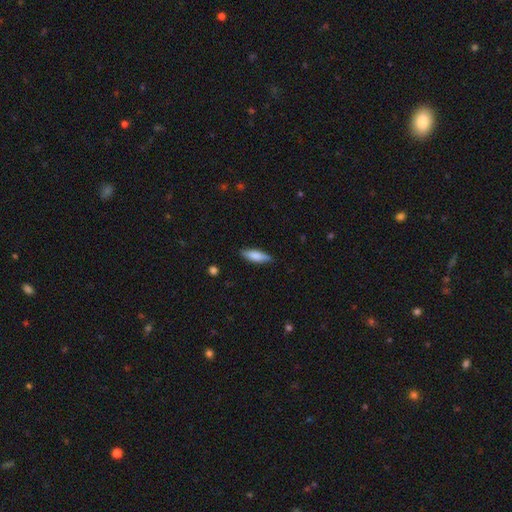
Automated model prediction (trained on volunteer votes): smooth-or-featured: smooth: 76% | featured or disk: 18% | star or artifact: 6%
  how-rounded: cigar-shaped: 50% | in between: 48% | round: 2%
  merging: none: 85% | minor disturbance: 11% | major disturbance: 2% | merger: 1%